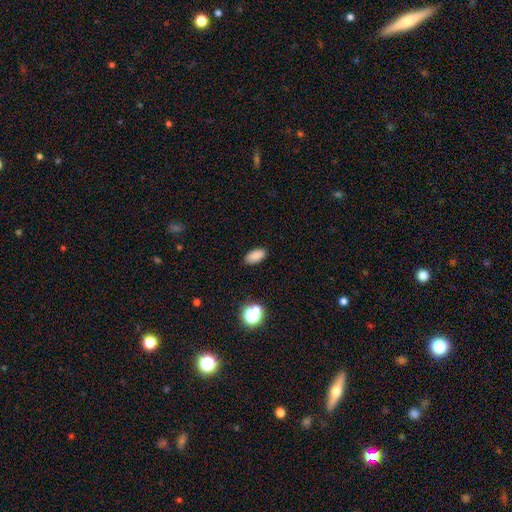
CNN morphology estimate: The model was most divided on "smooth or featured": smooth: 85%, star or artifact: 11%, featured or disk: 4%. More confident: how rounded — in between (91%); merging — none (88%).